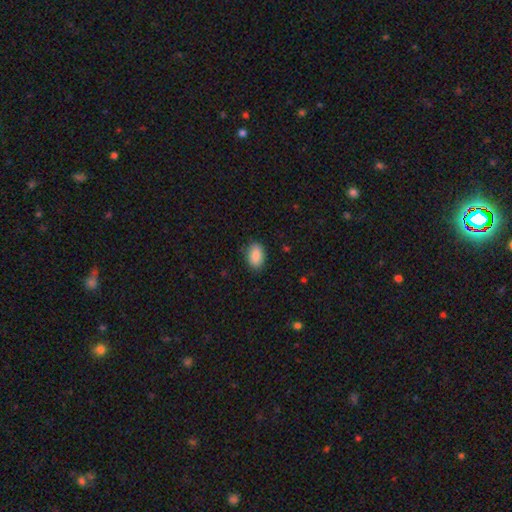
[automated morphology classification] smooth_or_featured: smooth (p=0.87) [alt: star or artifact p=0.07]
how_rounded: in between (p=0.89) [alt: round p=0.09]
merging: none (p=0.85) [alt: minor disturbance p=0.11]